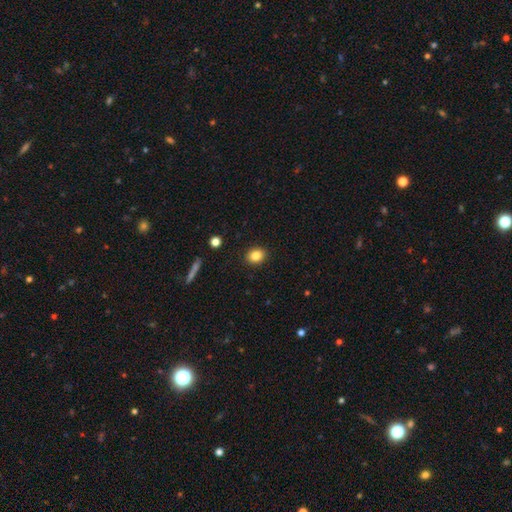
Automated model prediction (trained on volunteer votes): This appears to be a smooth galaxy with no disk features (84%) that is round (57%). Merging: none (90%).